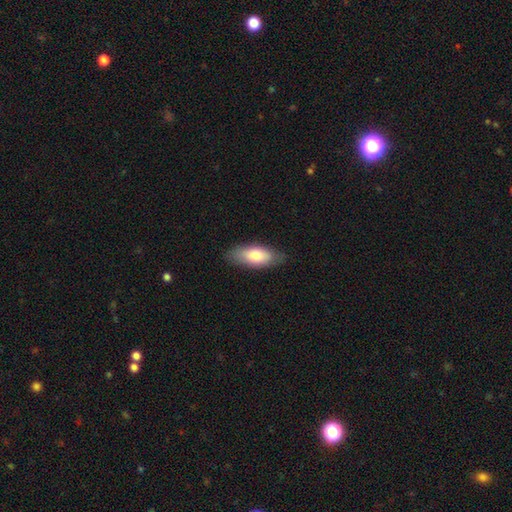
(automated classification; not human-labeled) Smooth or featured?
  - smooth: 75% *
  - featured or disk: 19%
  - star or artifact: 6%
How rounded?
  - in between: 82% *
  - cigar-shaped: 15%
  - round: 2%
Merging?
  - none: 82% *
  - minor disturbance: 14%
  - major disturbance: 3%
  - merger: 1%